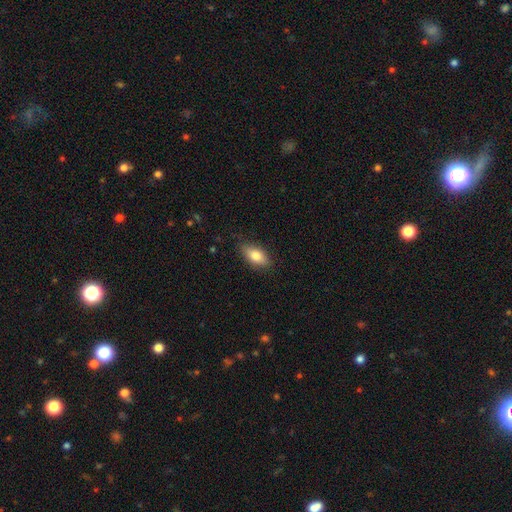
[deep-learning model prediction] Smooth or featured? smooth (79%)
How rounded? in between (87%)
Merging? none (83%)